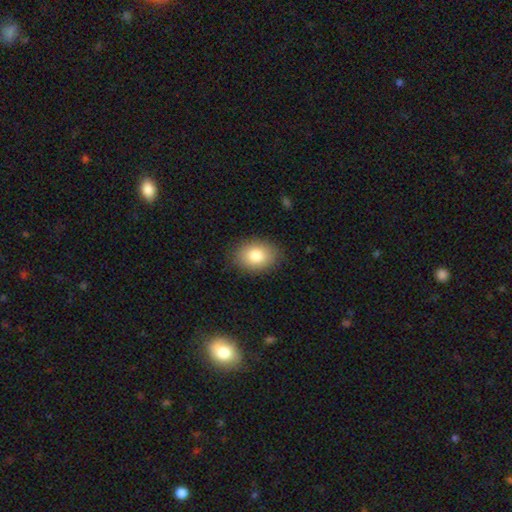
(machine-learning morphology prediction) Overall: smooth (83%). How rounded: in between (69%; round 30%). Merging: none (86%).